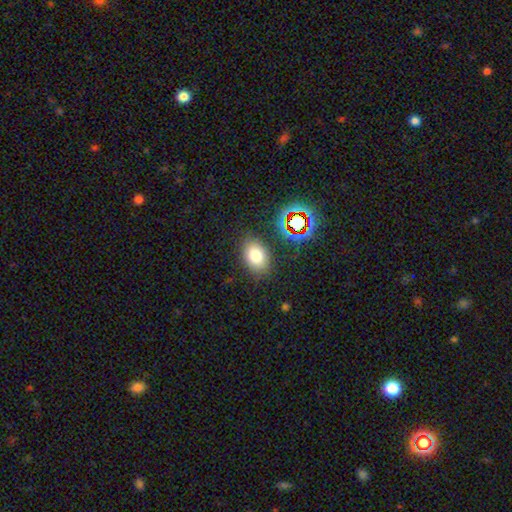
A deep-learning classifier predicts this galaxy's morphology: The model was most divided on "how rounded": in between: 79%, round: 20%, cigar-shaped: 1%. More confident: merging — none (82%); smooth or featured — smooth (76%).